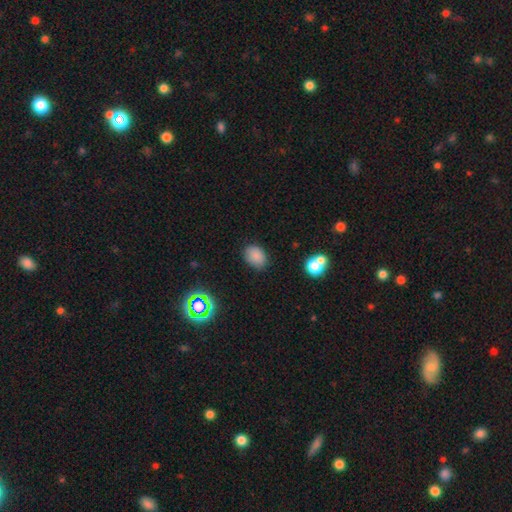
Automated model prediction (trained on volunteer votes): A smooth galaxy with no disk features (82%) that is in between round and cigar-shaped (69%).

Vote fractions:
- Smooth or featured? smooth: 82% / star or artifact: 12% / featured or disk: 6%
- How rounded? in between: 69% / round: 30% / cigar-shaped: 1%
- Merging? none: 78% / minor disturbance: 16% / major disturbance: 4% / merger: 2%